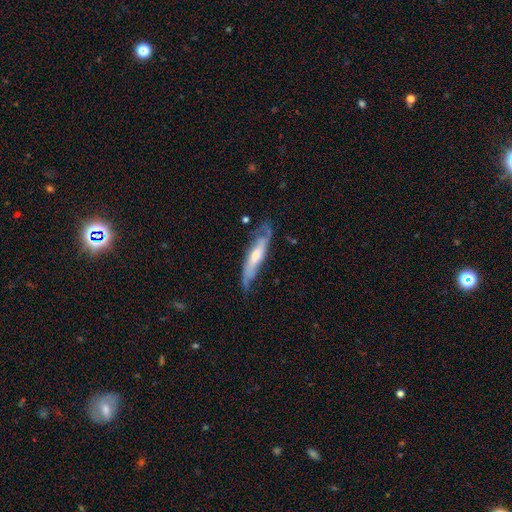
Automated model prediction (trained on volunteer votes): Smooth or featured?
  - featured or disk: 66% *
  - smooth: 28%
  - star or artifact: 6%
Edge-on disk?
  - no: 51% *
  - yes: 49%
Merging?
  - none: 61% *
  - minor disturbance: 26%
  - major disturbance: 10%
  - merger: 2%